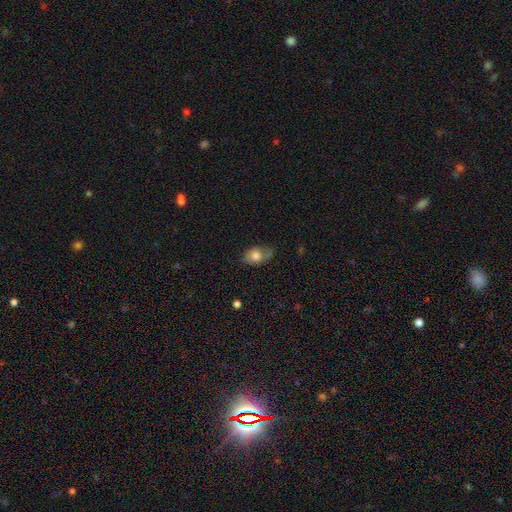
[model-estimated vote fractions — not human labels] Overall: smooth (70%). How rounded: in between (81%). Merging: none (62%; minor disturbance 28%).